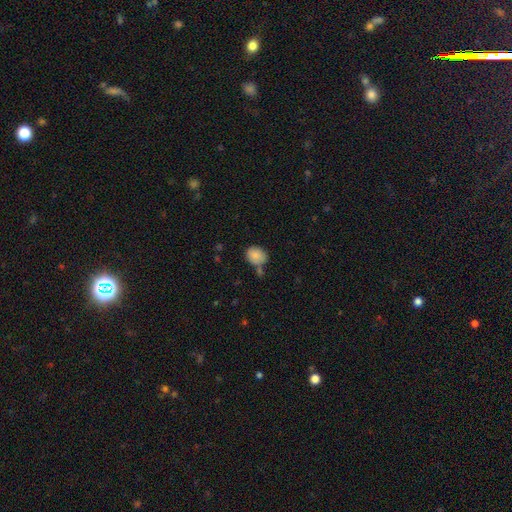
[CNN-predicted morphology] Q: Smooth or featured?
A: smooth (84%); runner-up: star or artifact (8%)
Q: How rounded?
A: round (52%); runner-up: in between (47%)
Q: Merging?
A: none (58%); runner-up: minor disturbance (20%)